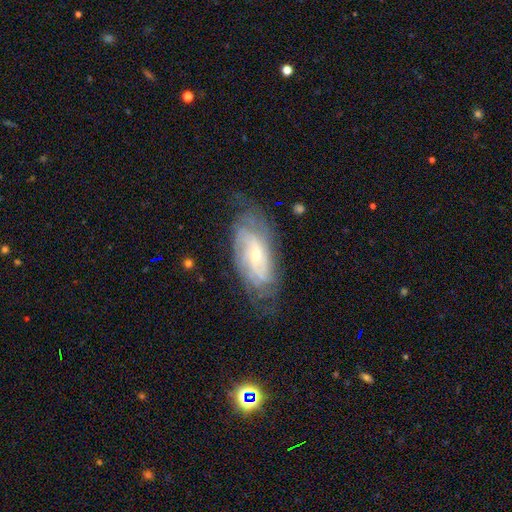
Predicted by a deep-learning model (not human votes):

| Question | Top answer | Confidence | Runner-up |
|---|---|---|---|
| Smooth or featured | featured or disk | 79% | smooth (14%) |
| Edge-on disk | no | 91% | yes (9%) |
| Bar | no | 53% | weak (36%) |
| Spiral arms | yes | 91% | no (9%) |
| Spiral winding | tight | 64% | medium (28%) |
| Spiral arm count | can't tell | 49% | 2 (18%) |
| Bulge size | small | 69% | moderate (27%) |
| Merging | none | 69% | minor disturbance (21%) |